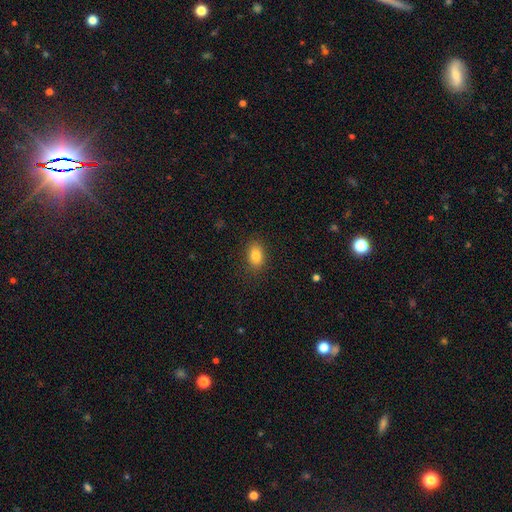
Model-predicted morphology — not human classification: Smooth or featured?
  - smooth: 84% *
  - star or artifact: 9%
  - featured or disk: 7%
How rounded?
  - in between: 84% *
  - round: 14%
  - cigar-shaped: 2%
Merging?
  - none: 87% *
  - minor disturbance: 10%
  - major disturbance: 3%
  - merger: 1%